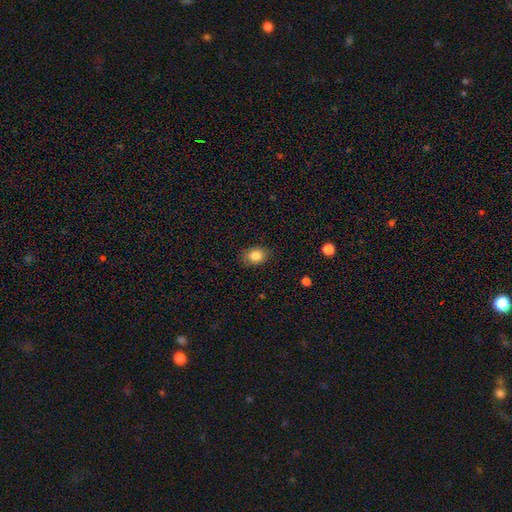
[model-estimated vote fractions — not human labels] Smooth or featured?
  - smooth: 85% *
  - star or artifact: 9%
  - featured or disk: 6%
How rounded?
  - in between: 61% *
  - round: 38%
  - cigar-shaped: 1%
Merging?
  - none: 84% *
  - minor disturbance: 12%
  - major disturbance: 3%
  - merger: 1%